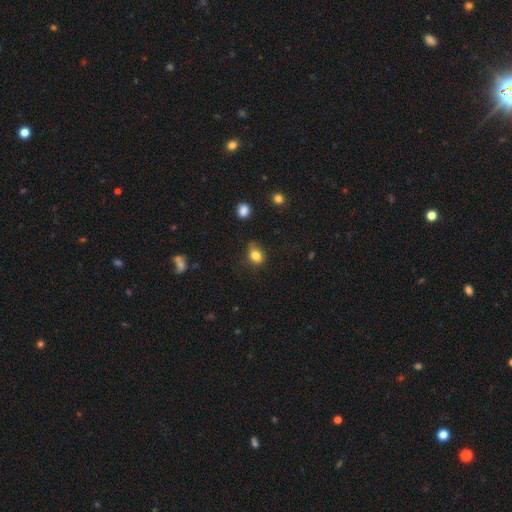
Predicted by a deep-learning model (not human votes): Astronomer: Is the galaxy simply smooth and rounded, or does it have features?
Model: smooth — 81%.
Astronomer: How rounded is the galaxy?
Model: in between — 54% (runner-up: round, 45%).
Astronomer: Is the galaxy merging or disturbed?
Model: none — 62%.